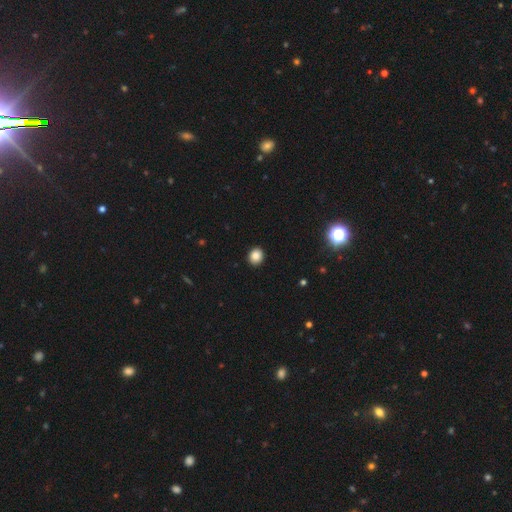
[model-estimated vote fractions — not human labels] Smooth or featured: smooth — 86% (star or artifact — 10%)
How rounded: round — 80% (in between — 19%)
Merging: none — 92% (minor disturbance — 5%)